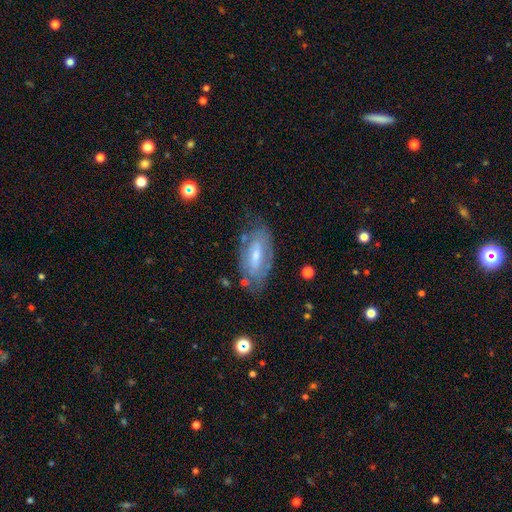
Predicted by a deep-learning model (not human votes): Overall: featured or disk (63%; smooth 30%). Edge-on disk: no (87%). Bar: weak (43%; no 31%). Spiral arms: yes (56%; no 44%). Bulge size: small (50%; moderate 43%). Merging: none (69%).